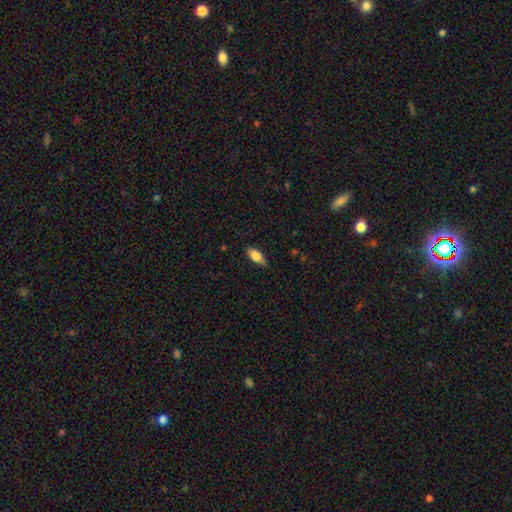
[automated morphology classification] Smooth or featured? smooth (78%)
How rounded? in between (83%)
Merging? none (79%)